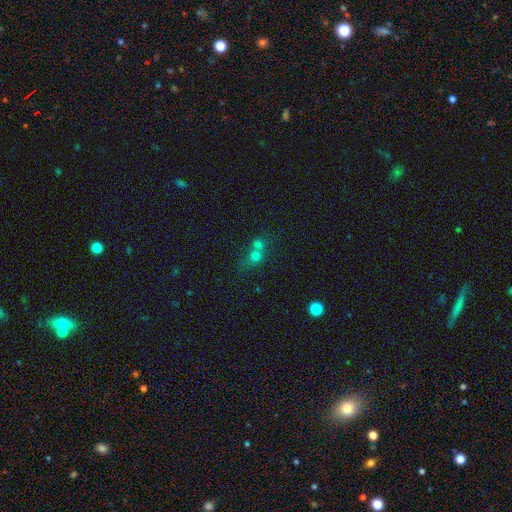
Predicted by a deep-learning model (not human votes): Smooth or featured?
  - smooth: 68% *
  - star or artifact: 17%
  - featured or disk: 14%
How rounded?
  - round: 80% *
  - in between: 18%
  - cigar-shaped: 2%
Merging?
  - merger: 63% *
  - none: 28%
  - minor disturbance: 5%
  - major disturbance: 3%